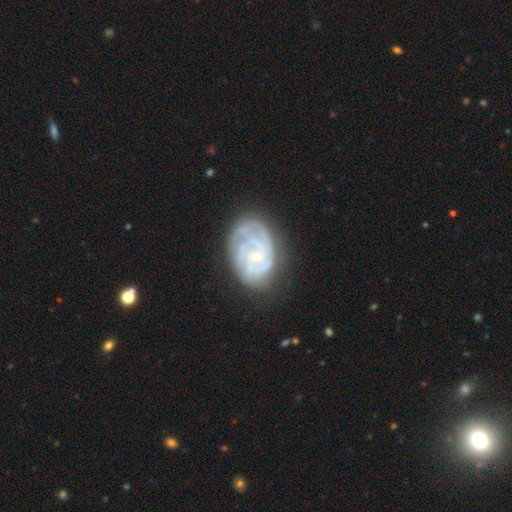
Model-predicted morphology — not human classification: Smooth or featured? Predicted: featured or disk (p=0.82). Edge-on disk? Predicted: no (p=0.98). Bar? Predicted: no (p=0.61). Spiral arms? Predicted: yes (p=0.93). Spiral winding? Predicted: tight (p=0.69). Spiral arm count? Predicted: can't tell (p=0.36). Bulge size? Predicted: small (p=0.72). Merging? Predicted: none (p=0.64).